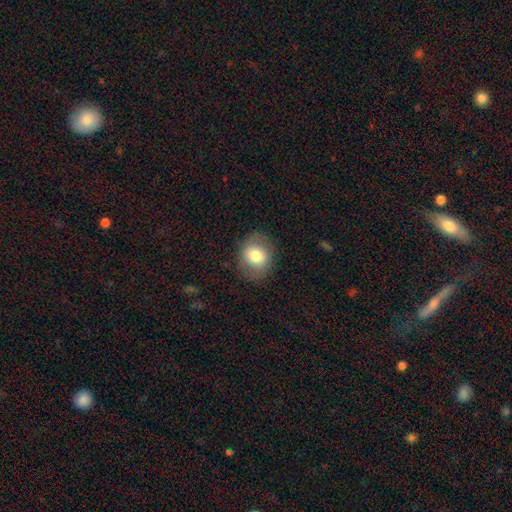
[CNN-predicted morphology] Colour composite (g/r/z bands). It shows a smooth galaxy with no disk features (74%) that is round (59%). Merging: none (82%).